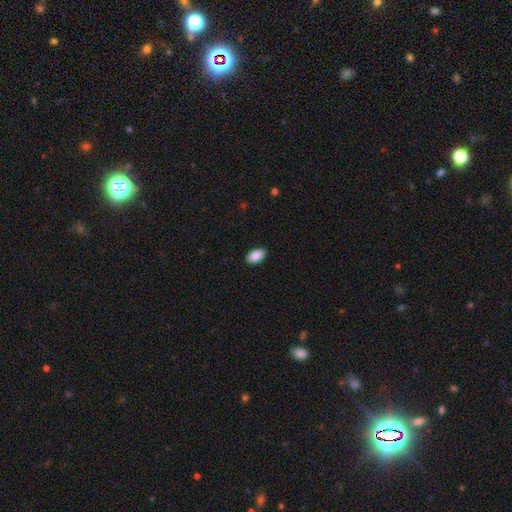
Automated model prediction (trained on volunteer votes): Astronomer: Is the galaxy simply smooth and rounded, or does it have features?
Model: smooth — 90%.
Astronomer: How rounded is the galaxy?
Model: in between — 95%.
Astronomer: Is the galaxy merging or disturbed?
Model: none — 90%.